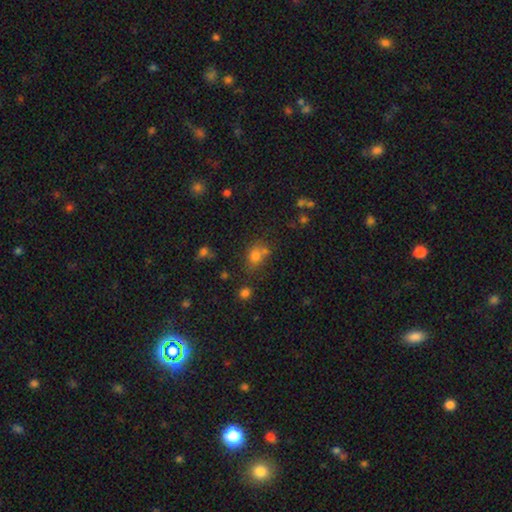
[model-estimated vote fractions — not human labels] This appears to be a smooth galaxy with no disk features (74%) that is round (55%). Merging: none (55%).